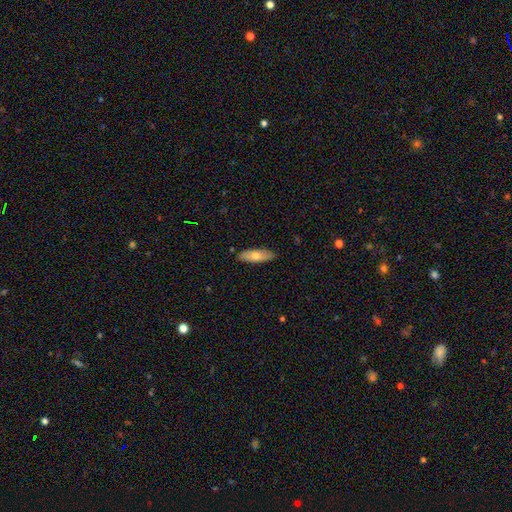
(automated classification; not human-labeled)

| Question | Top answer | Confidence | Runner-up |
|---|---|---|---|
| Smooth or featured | smooth | 67% | featured or disk (27%) |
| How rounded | in between | 55% | cigar-shaped (43%) |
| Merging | none | 88% | minor disturbance (9%) |